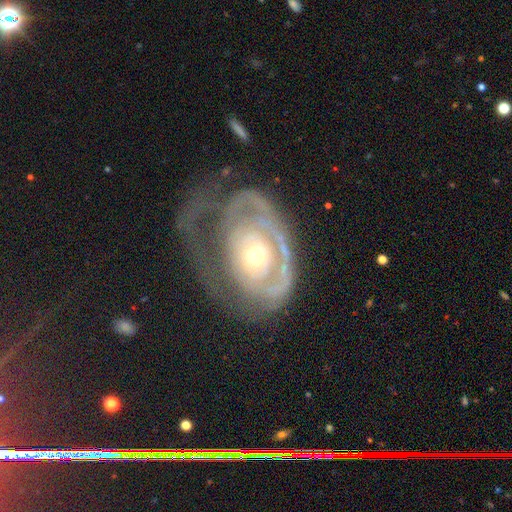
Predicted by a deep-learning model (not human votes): Smooth or featured?
  - featured or disk: 79% *
  - smooth: 15%
  - star or artifact: 6%
Edge-on disk?
  - no: 96% *
  - yes: 4%
Bar?
  - no: 83% *
  - weak: 13%
  - strong: 4%
Spiral arms?
  - yes: 68% *
  - no: 32%
Spiral winding?
  - tight: 65% *
  - medium: 22%
  - loose: 12%
Spiral arm count?
  - can't tell: 39% *
  - 1: 30%
  - 2: 19%
  - 3: 5%
  - 4: 3%
  - more than 4: 3%
Bulge size?
  - moderate: 46% * (tied)
  - small: 46% * (tied)
  - large: 5%
  - dominant: 1%
  - none: 1%
Merging?
  - major disturbance: 42% *
  - none: 34%
  - minor disturbance: 21%
  - merger: 3%